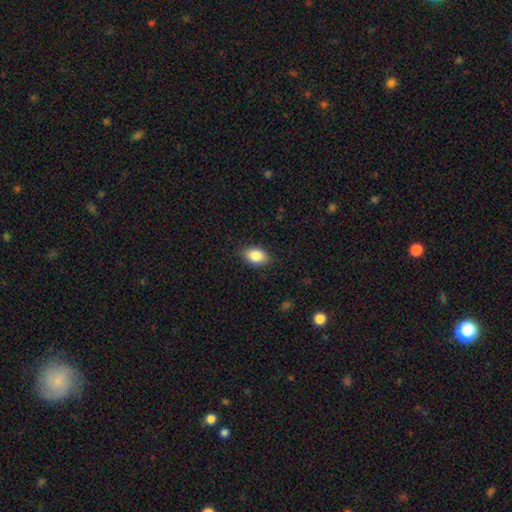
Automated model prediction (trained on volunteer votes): Smooth or featured?
  - smooth: 86% *
  - star or artifact: 7%
  - featured or disk: 6%
How rounded?
  - in between: 87% *
  - round: 12%
  - cigar-shaped: 1%
Merging?
  - none: 87% *
  - minor disturbance: 10%
  - major disturbance: 2%
  - merger: 1%